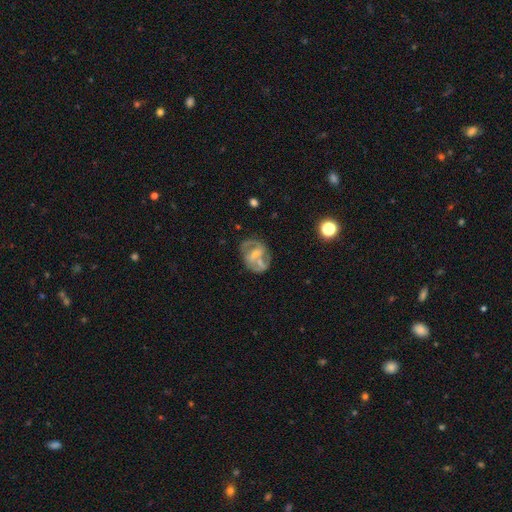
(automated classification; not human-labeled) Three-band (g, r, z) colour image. It shows a featured or disk galaxy (73%) with a weak bar (40%), 2 (68%) medium (46%) spiral arms (73%) and a small central bulge (50%). Merging: none (55%).